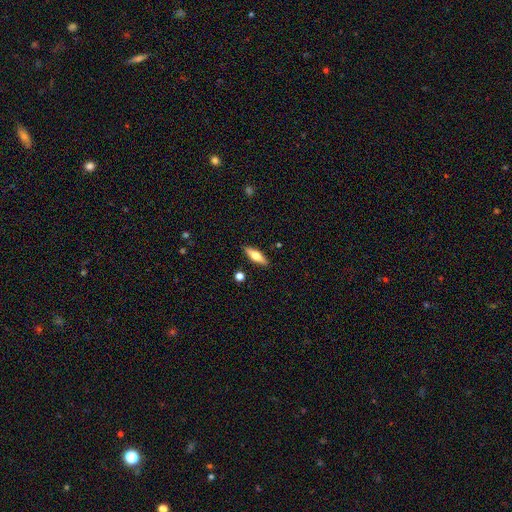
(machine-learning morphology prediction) Overall: smooth (56%; featured or disk 38%). How rounded: in between (49%, tied with cigar-shaped). Merging: none (87%).